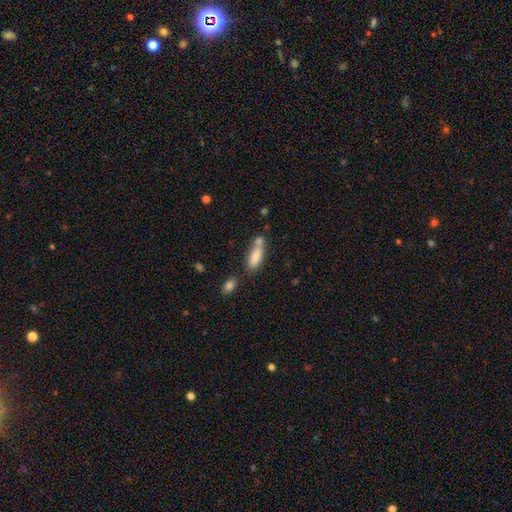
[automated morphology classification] Q: Smooth or featured?
A: smooth (80%); runner-up: featured or disk (12%)
Q: How rounded?
A: in between (59%); runner-up: cigar-shaped (39%)
Q: Merging?
A: none (47%); runner-up: merger (31%)